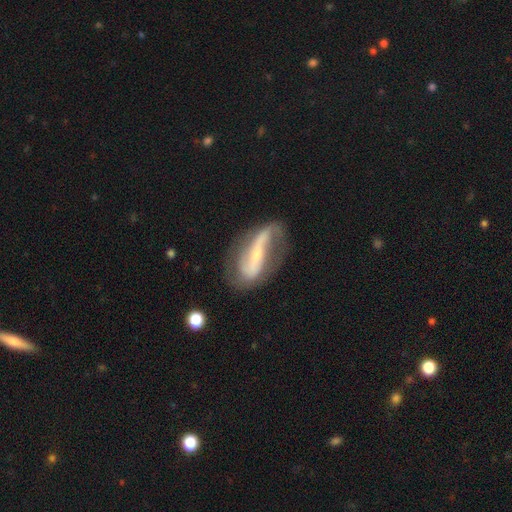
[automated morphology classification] This is likely a featured or disk galaxy (79%). It is clearly not viewed edge-on (89%). Bar: possibly strong (59%). Spiral arm pattern: clearly yes (86%). Spiral arm count: clearly 2 (81%). Spiral winding: possibly loose (49%). Central bulge: likely small (66%). Merging: likely none (64%).